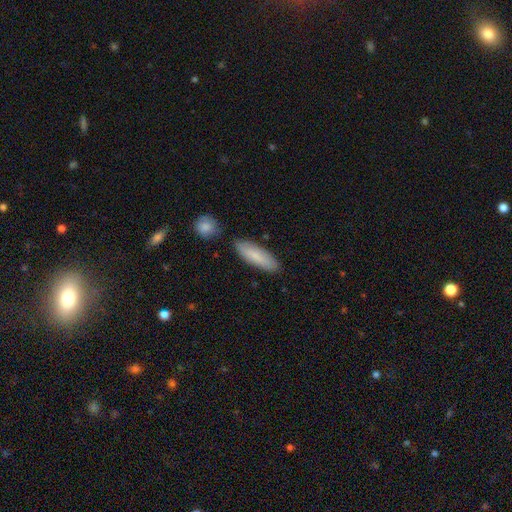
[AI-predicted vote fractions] smooth 82%, featured or disk 12%, star or artifact 6%. Down the decision tree: how rounded — cigar-shaped (54%); merging — none (82%).